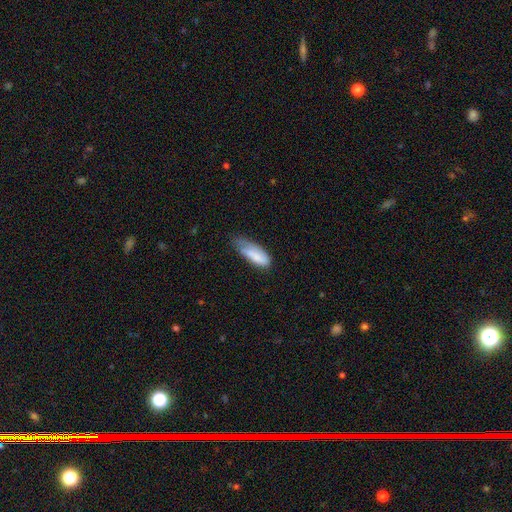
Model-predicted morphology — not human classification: Smooth or featured: smooth — 74% (featured or disk — 19%)
How rounded: in between — 68% (cigar-shaped — 30%)
Merging: minor disturbance — 44% (none — 31%)